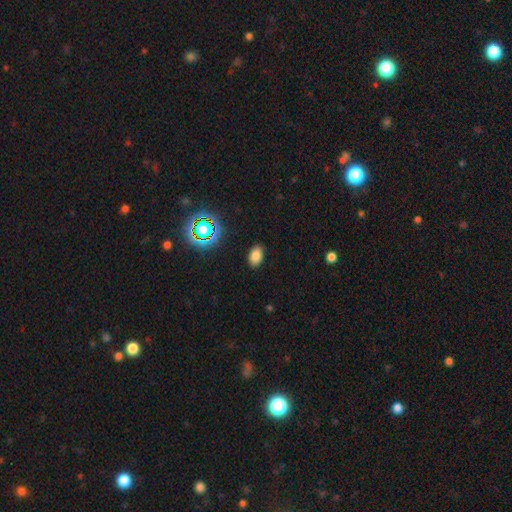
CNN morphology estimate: This is likely a smooth galaxy (79%). How rounded: clearly in between (89%). Merging: clearly none (88%).